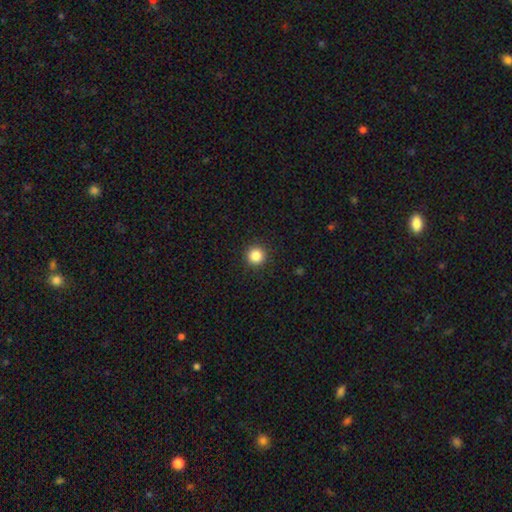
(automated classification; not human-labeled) Smooth or featured? smooth (85%)
How rounded? round (96%)
Merging? none (92%)